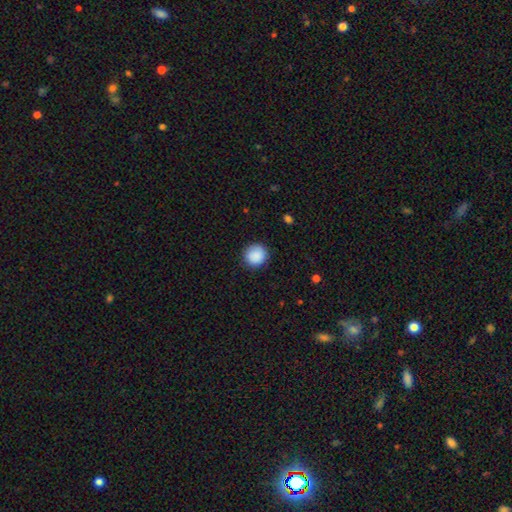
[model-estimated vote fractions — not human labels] The model was most divided on "merging": none: 89%, minor disturbance: 8%, major disturbance: 2%, merger: 1%. More confident: how rounded — round (94%); smooth or featured — smooth (89%).